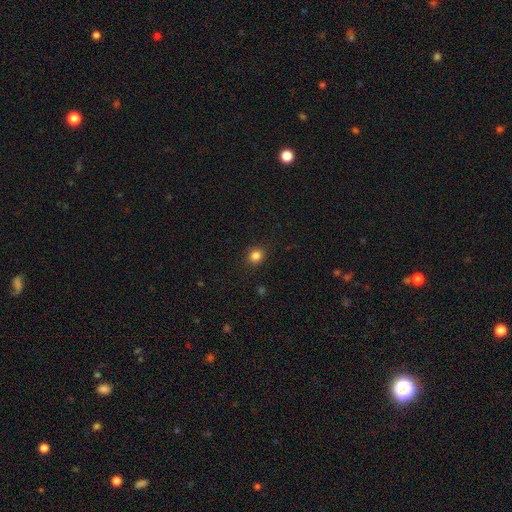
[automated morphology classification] type=smooth (83%); roundness=round (82%); merging=none (90%).